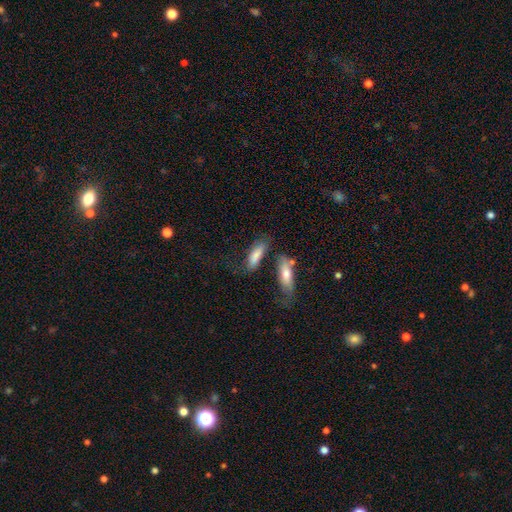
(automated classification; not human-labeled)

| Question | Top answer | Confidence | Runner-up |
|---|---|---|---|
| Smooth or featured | smooth | 79% | featured or disk (14%) |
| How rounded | in between | 56% | cigar-shaped (42%) |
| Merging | none | 50% | minor disturbance (21%) |